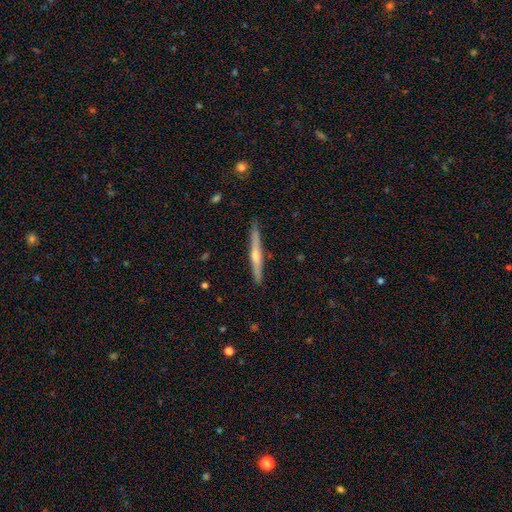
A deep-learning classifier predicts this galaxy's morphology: smooth-or-featured: featured or disk: 74% | smooth: 20% | star or artifact: 6%
  disk-edge-on: yes: 98% | no: 2%
    edge-on-bulge: rounded: 85% | none: 11% | boxy: 4%
  merging: none: 90% | minor disturbance: 7% | major disturbance: 1% | merger: 1%